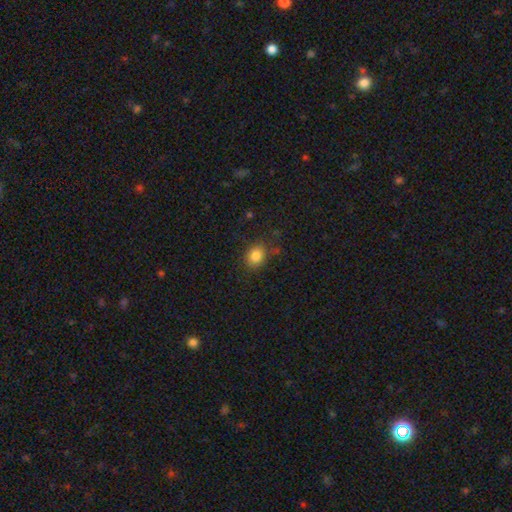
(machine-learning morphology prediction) Smooth or featured? Predicted: smooth (p=0.83). How rounded? Predicted: round (p=0.52). Merging? Predicted: none (p=0.79).